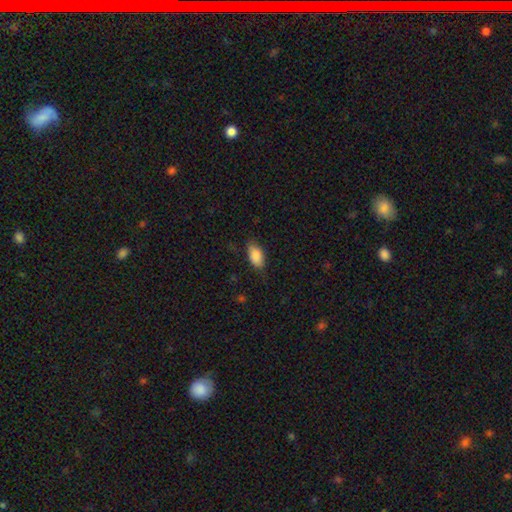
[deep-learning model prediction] This is clearly a smooth galaxy (87%). How rounded: clearly in between (92%). Merging: likely none (74%).